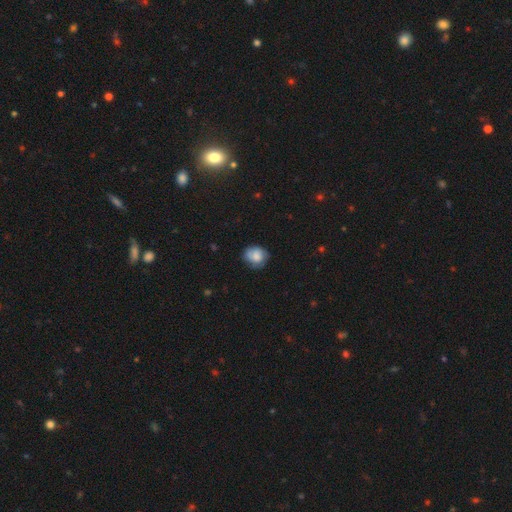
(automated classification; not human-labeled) Smooth or featured? smooth (71%)
How rounded? round (70%)
Merging? none (69%)